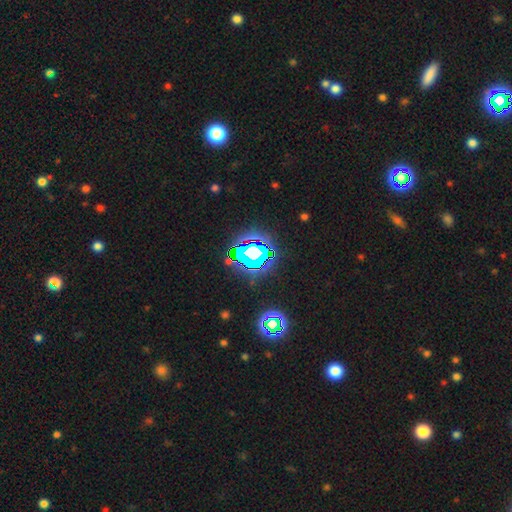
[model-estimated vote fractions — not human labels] The model was most divided on "smooth or featured": star or artifact: 72%, smooth: 17%, featured or disk: 11%.